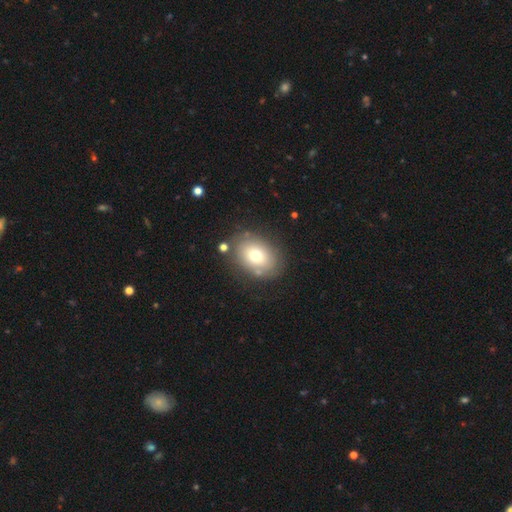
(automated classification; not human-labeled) smooth 70%, featured or disk 21%, star or artifact 10%. Down the decision tree: how rounded — in between (68%); merging — none (78%).